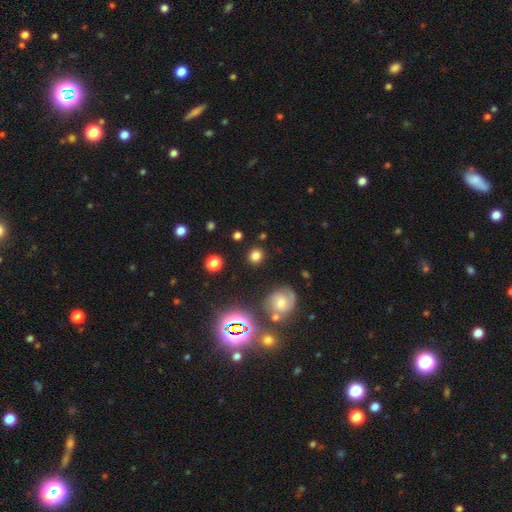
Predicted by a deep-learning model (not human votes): smooth 74%, star or artifact 17%, featured or disk 9%. Down the decision tree: how rounded — round (85%); merging — none (86%).